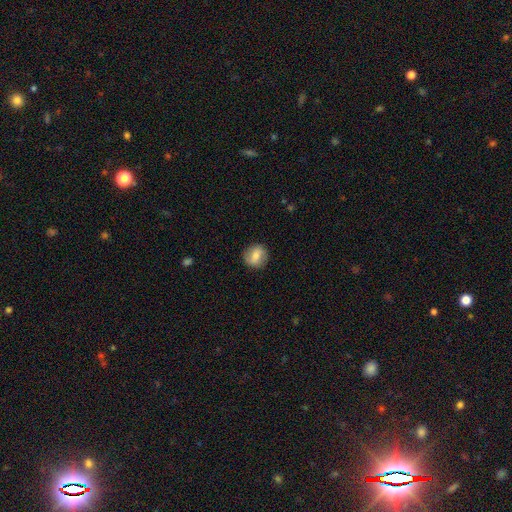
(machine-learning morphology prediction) Smooth or featured? smooth (67%)
How rounded? round (82%)
Merging? none (87%)